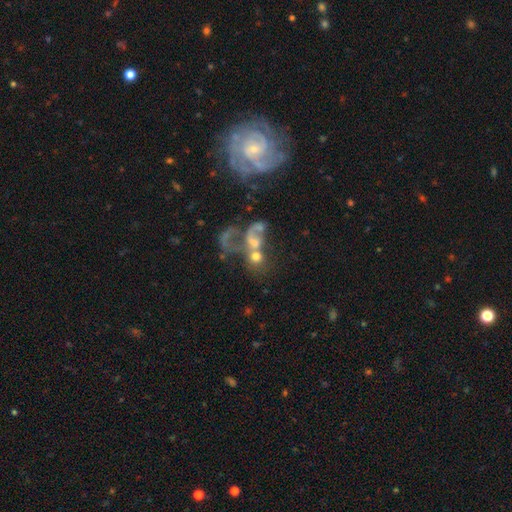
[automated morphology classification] Smooth or featured?
  - featured or disk: 43% *
  - smooth: 40%
  - star or artifact: 17%
Merging?
  - merger: 57% *
  - major disturbance: 20%
  - none: 16%
  - minor disturbance: 7%